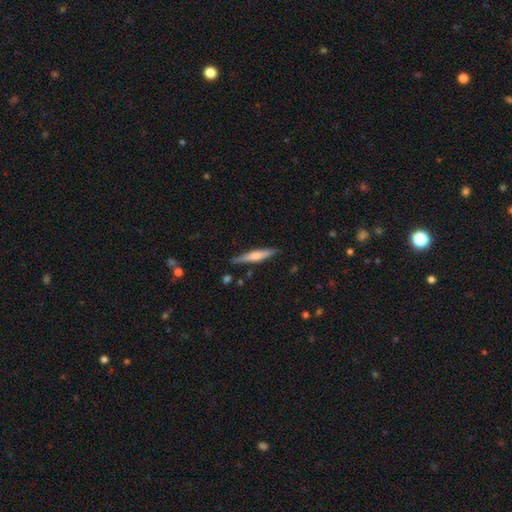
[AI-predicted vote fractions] Morphology: type=featured or disk (48%); merging=none (86%).